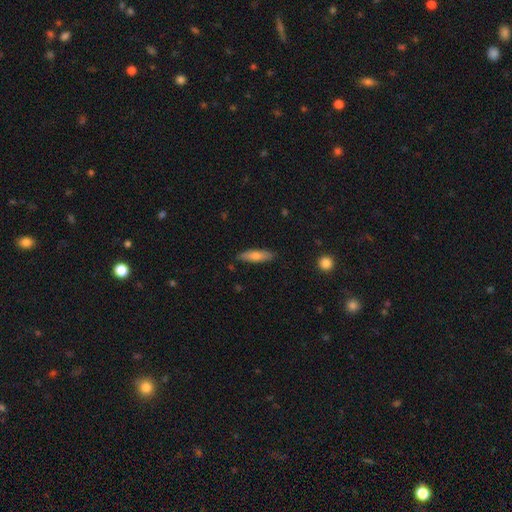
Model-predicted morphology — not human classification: A smooth galaxy with no disk features (69%) that is cigar-shaped (59%). Merging: none (86%).